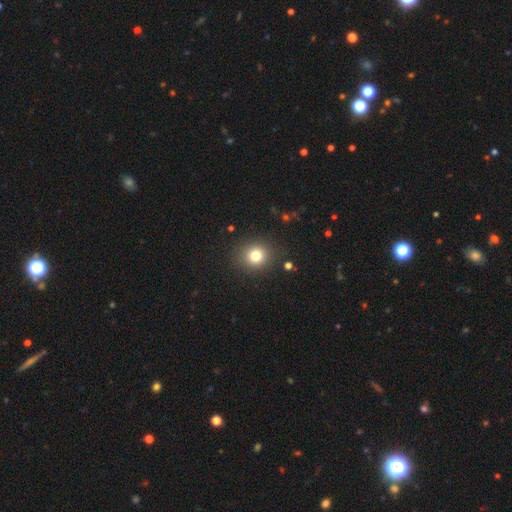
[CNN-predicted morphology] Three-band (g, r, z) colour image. It shows a smooth galaxy with no disk features (78%) that is round (83%). Merging: none (89%).